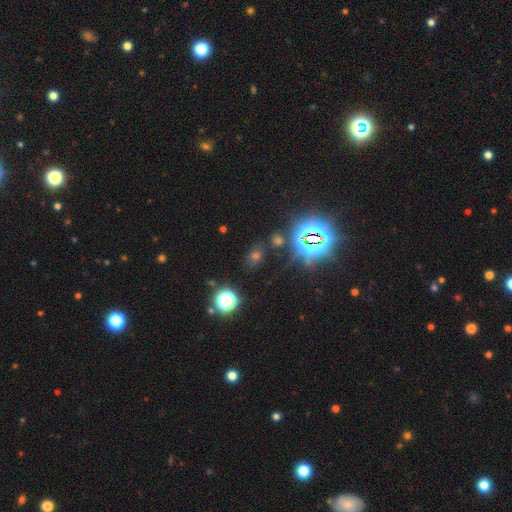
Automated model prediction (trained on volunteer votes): This appears to be a star or artifact, not a galaxy (50%).